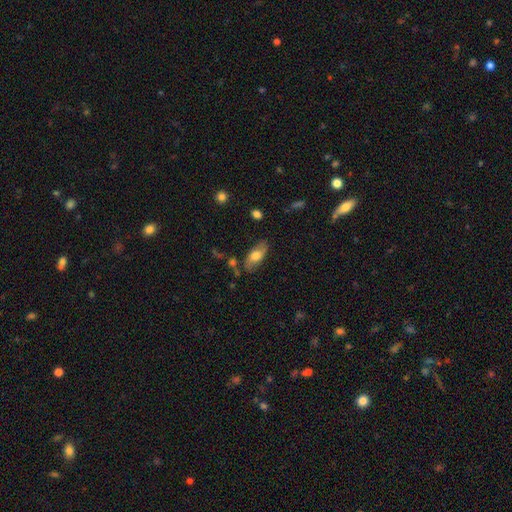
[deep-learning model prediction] This is likely a smooth galaxy (65%). How rounded: clearly in between (85%). Merging: likely none (75%).